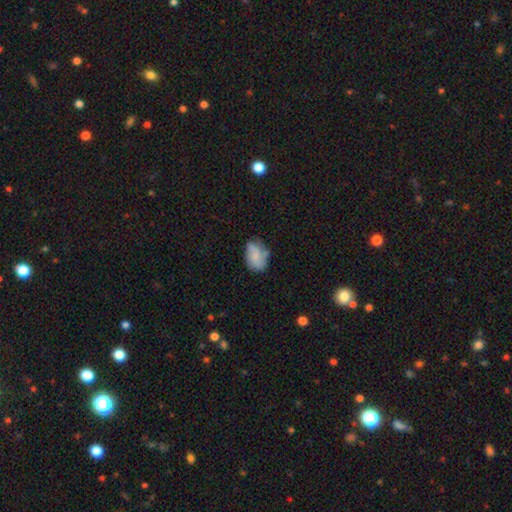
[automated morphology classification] A smooth galaxy with no disk features (60%) that is in between round and cigar-shaped (82%). Merging: none (53%).